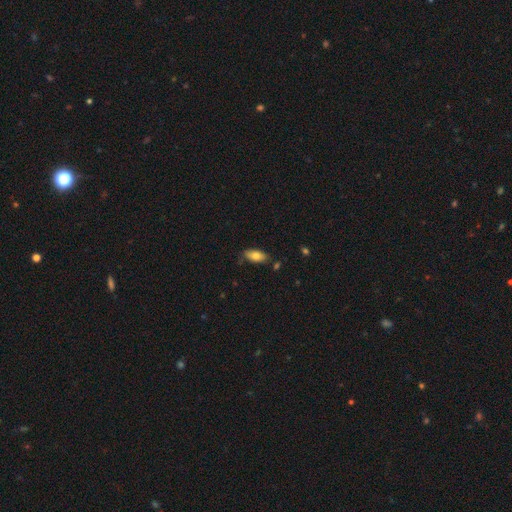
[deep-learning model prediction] The model was most divided on "smooth or featured": smooth: 77%, featured or disk: 16%, star or artifact: 7%. More confident: how rounded — in between (87%); merging — none (79%).